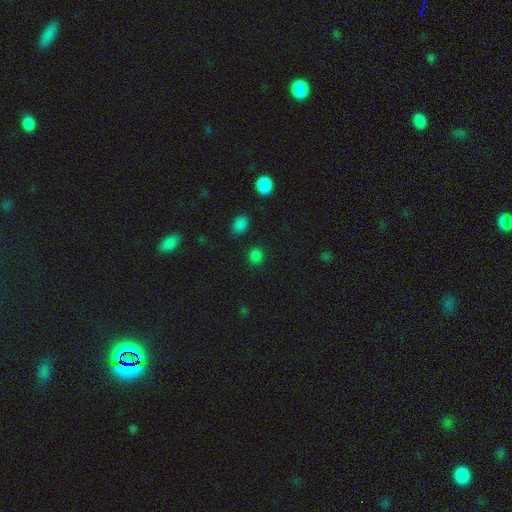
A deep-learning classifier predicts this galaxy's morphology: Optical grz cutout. It shows a smooth galaxy with no disk features (79%) that is round (74%). Merging: none (86%).